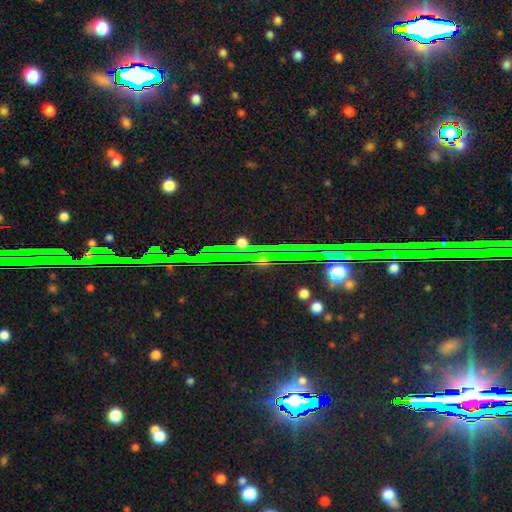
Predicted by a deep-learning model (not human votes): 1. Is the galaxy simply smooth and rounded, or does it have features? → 78% star or artifact, 12% featured or disk, 10% smooth.